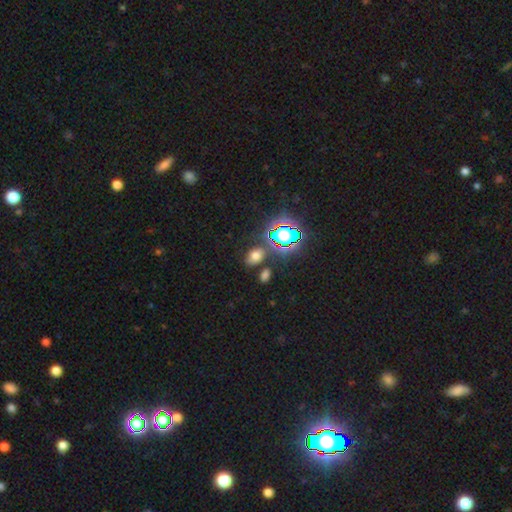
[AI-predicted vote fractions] Smooth or featured? smooth (61%)
How rounded? in between (80%)
Merging? none (76%)